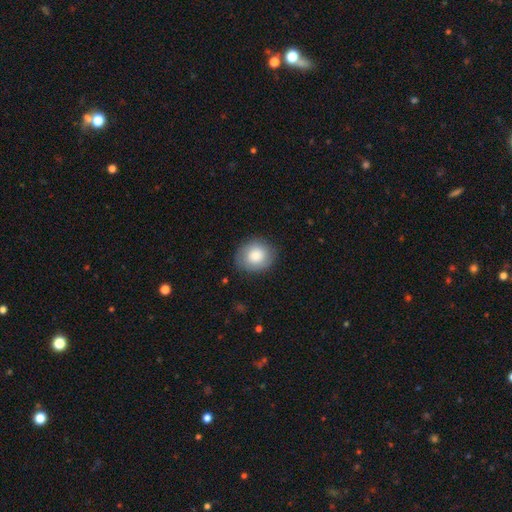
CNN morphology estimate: smooth-or-featured: smooth: 78% | featured or disk: 14% | star or artifact: 7%
  how-rounded: round: 74% | in between: 26% | cigar-shaped: 1%
  merging: none: 83% | minor disturbance: 12% | major disturbance: 3% | merger: 1%